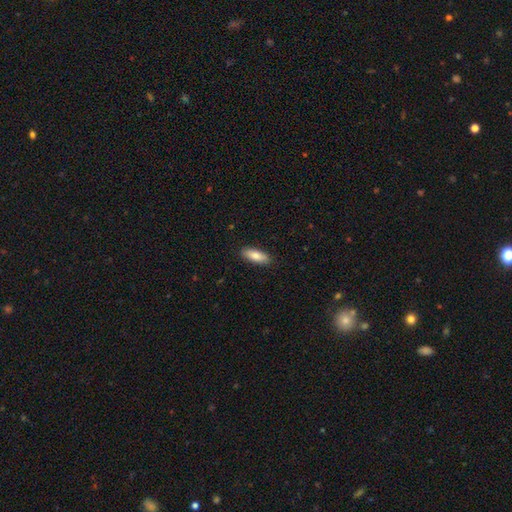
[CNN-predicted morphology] Overall: smooth (84%). How rounded: in between (70%). Merging: none (89%).